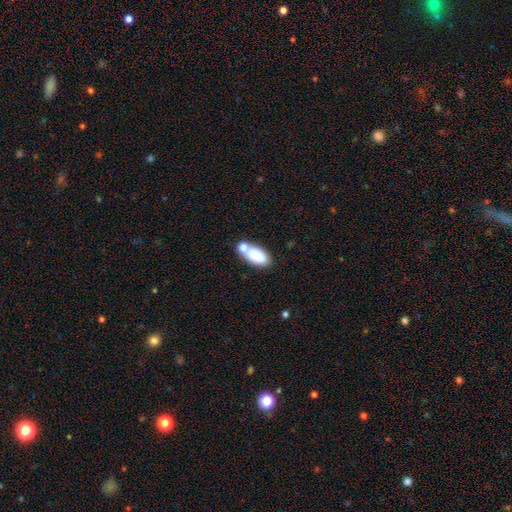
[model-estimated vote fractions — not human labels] Smooth or featured: smooth — 81% (featured or disk — 12%)
How rounded: in between — 92% (round — 4%)
Merging: none — 50% (merger — 32%)